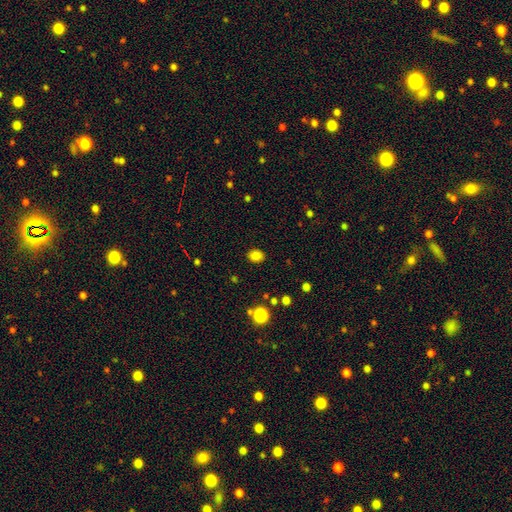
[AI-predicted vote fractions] A smooth galaxy with no disk features (83%) that is in between round and cigar-shaped (56%). Merging: none (87%).